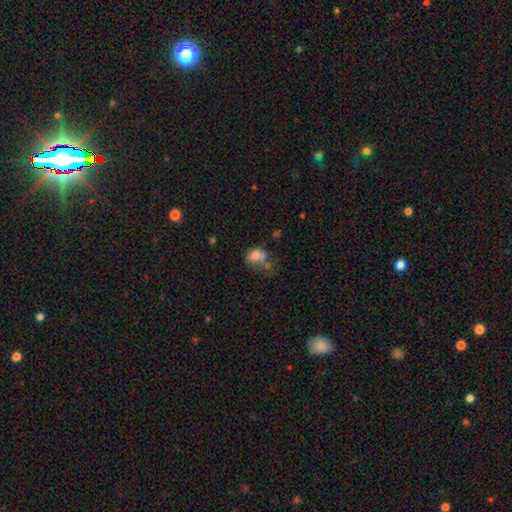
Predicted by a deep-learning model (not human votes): Q: Smooth or featured?
A: smooth (72%); runner-up: featured or disk (18%)
Q: How rounded?
A: round (51%); runner-up: in between (48%)
Q: Merging?
A: none (30%); runner-up: merger (28%)